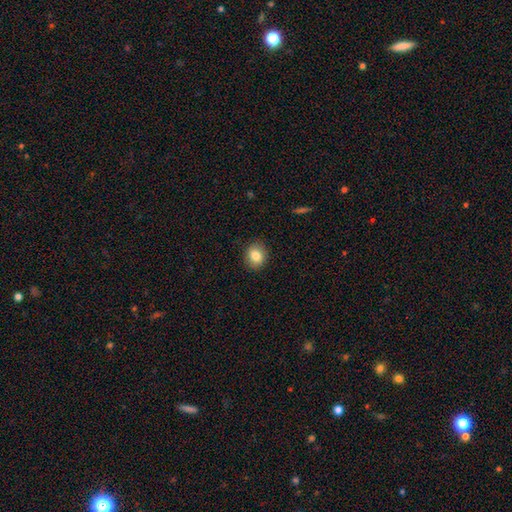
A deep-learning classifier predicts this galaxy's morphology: A smooth galaxy with no disk features (83%) that is round (64%).

Vote fractions:
- Smooth or featured? smooth: 83% / star or artifact: 9% / featured or disk: 8%
- How rounded? round: 64% / in between: 35% / cigar-shaped: 1%
- Merging? none: 89% / minor disturbance: 8% / major disturbance: 2% / merger: 1%